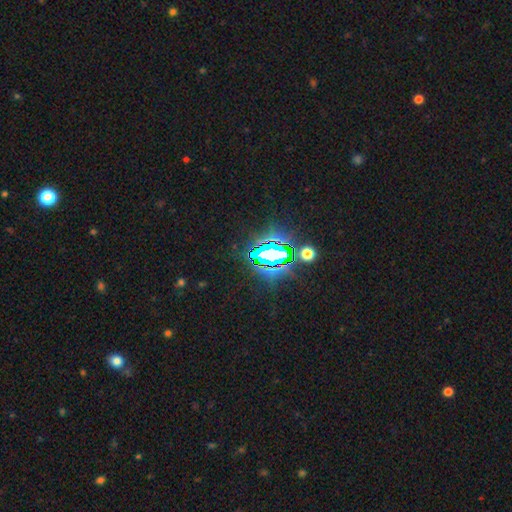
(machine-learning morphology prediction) This is likely a star or artifact rather than a galaxy (79%).